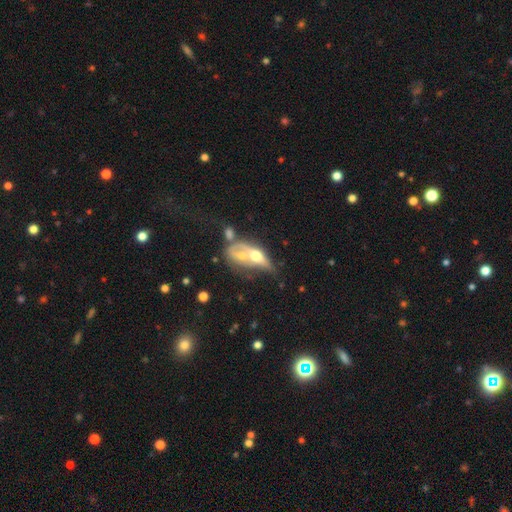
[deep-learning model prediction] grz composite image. It shows a featured or disk galaxy (55%). Merging: merger (56%).